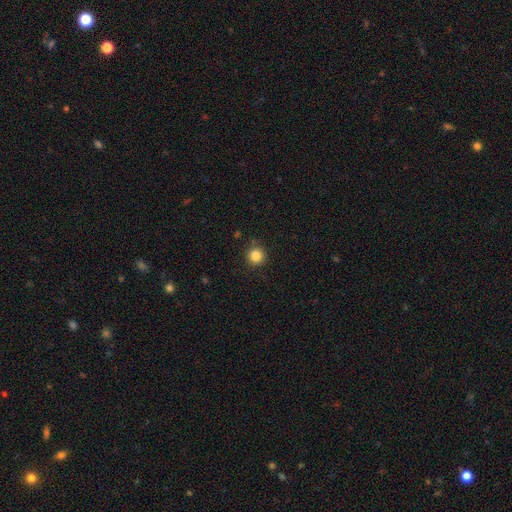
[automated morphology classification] type=smooth (84%); roundness=round (94%); merging=none (88%).